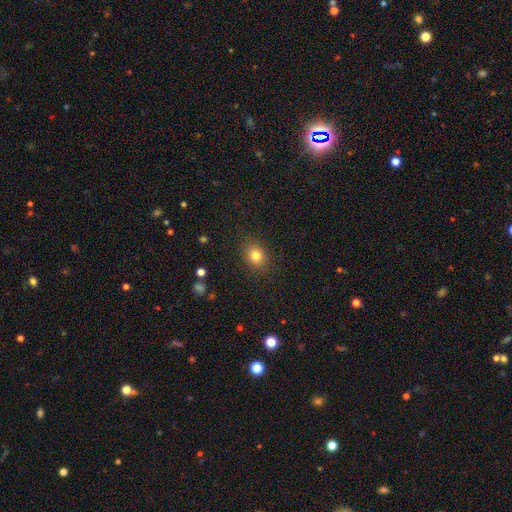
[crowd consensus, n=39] smooth-or-featured: smooth: 87% | star or artifact: 8% | featured or disk: 5%
  how-rounded: round: 56% | in between: 44% | cigar-shaped: 0%
  merging: none: 89% | minor disturbance: 11% | major disturbance: 0% | merger: 0%